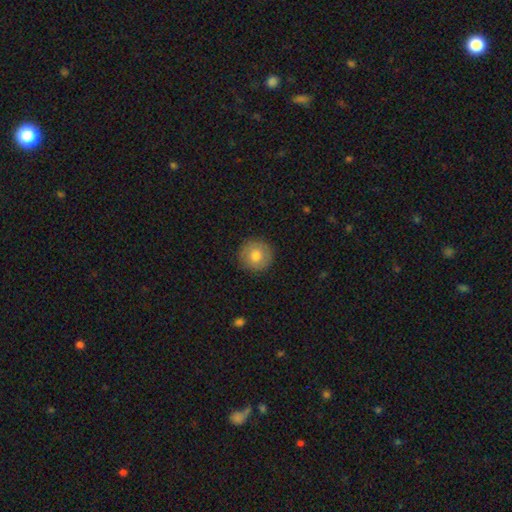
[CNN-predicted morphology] This is likely a smooth galaxy (77%). How rounded: clearly round (95%). Merging: clearly none (89%).